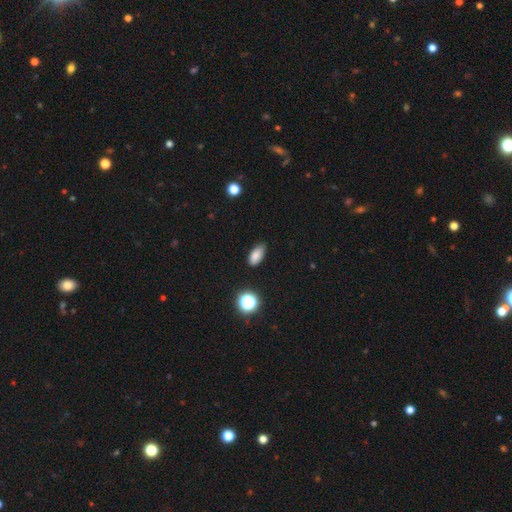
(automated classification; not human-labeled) Smooth or featured: smooth — 82% (star or artifact — 11%)
How rounded: in between — 90% (round — 5%)
Merging: none — 76% (minor disturbance — 19%)